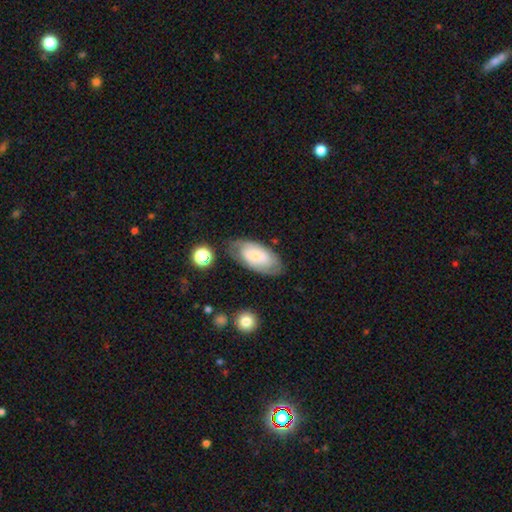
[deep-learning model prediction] Overall: featured or disk (51%; smooth 41%). Edge-on disk: no (93%). Merging: none (71%).